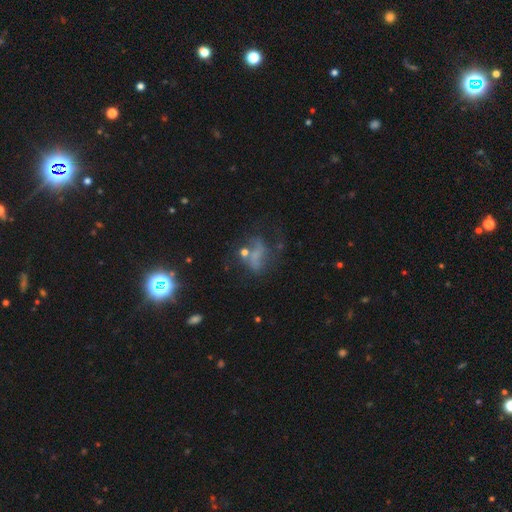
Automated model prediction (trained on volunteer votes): smooth_or_featured: featured or disk (p=0.47) [alt: smooth p=0.29]
merging: none (p=0.36) [alt: major disturbance p=0.31]